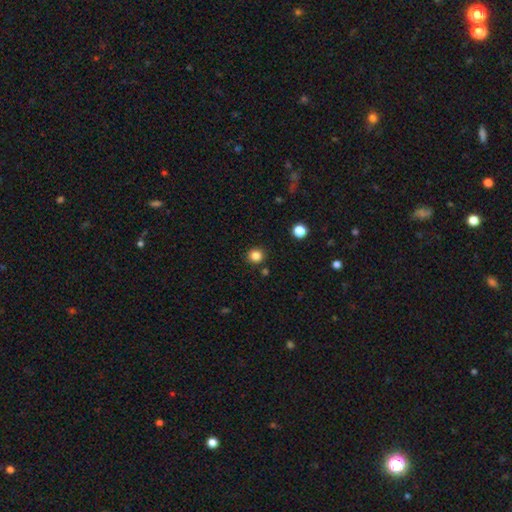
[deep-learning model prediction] This appears to be a smooth galaxy with no disk features (84%) that is round (92%). Merging: none (90%).